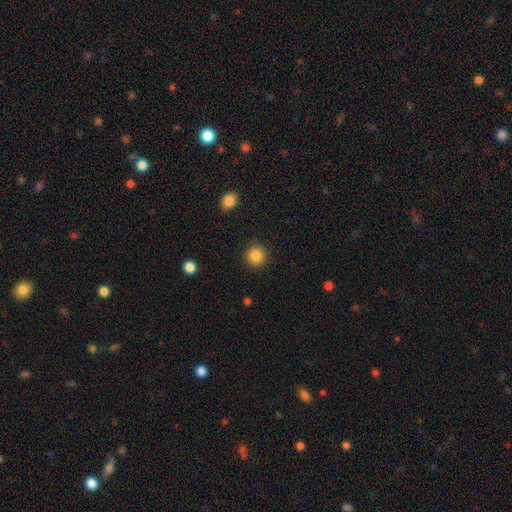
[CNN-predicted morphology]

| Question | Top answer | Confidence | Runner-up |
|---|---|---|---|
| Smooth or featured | smooth | 86% | star or artifact (10%) |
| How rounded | round | 94% | in between (5%) |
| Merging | none | 91% | minor disturbance (6%) |